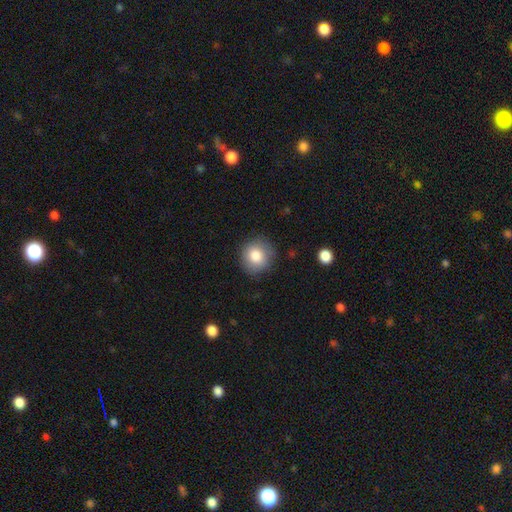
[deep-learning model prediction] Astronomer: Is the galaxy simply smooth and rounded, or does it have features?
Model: smooth — 83%.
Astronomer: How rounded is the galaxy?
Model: round — 90%.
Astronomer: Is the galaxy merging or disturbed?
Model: none — 84%.